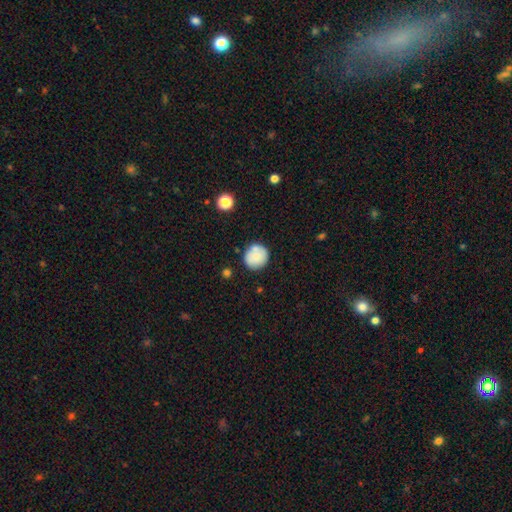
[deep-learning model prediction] A smooth galaxy with no disk features (78%) that is round (87%). Merging: none (73%).